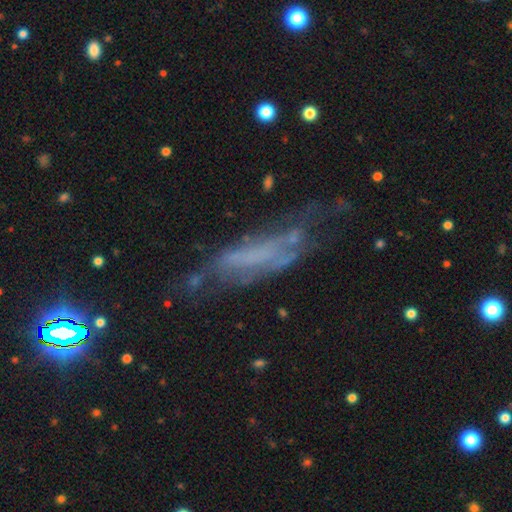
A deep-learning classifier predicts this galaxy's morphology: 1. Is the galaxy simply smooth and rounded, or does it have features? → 55% featured or disk, 26% smooth, 19% star or artifact.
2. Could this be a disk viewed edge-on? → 67% no, 33% yes.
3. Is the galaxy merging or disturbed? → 44% none, 27% minor disturbance, 24% major disturbance, 4% merger.